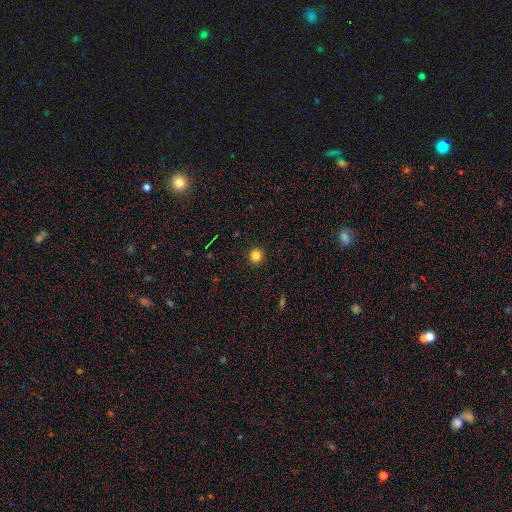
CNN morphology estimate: The model was most divided on "smooth or featured": smooth: 84%, star or artifact: 12%, featured or disk: 4%. More confident: how rounded — round (95%); merging — none (93%).